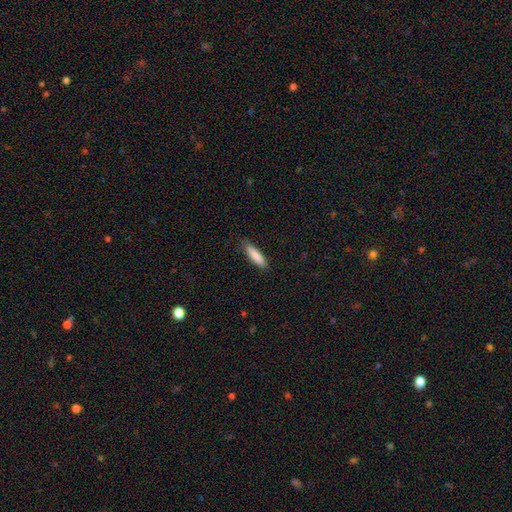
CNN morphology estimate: smooth_or_featured: smooth (p=0.87) [alt: featured or disk p=0.07]
how_rounded: cigar-shaped (p=0.69) [alt: in between p=0.30]
merging: none (p=0.84) [alt: minor disturbance p=0.12]